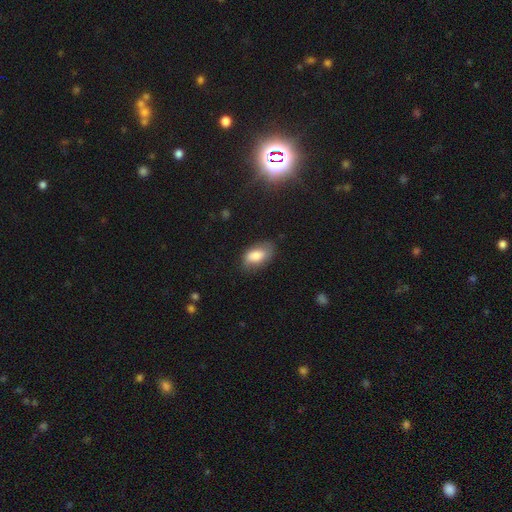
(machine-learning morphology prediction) smooth-or-featured: smooth: 76% | featured or disk: 17% | star or artifact: 7%
  how-rounded: in between: 92% | round: 6% | cigar-shaped: 2%
  merging: none: 68% | minor disturbance: 24% | major disturbance: 7% | merger: 2%